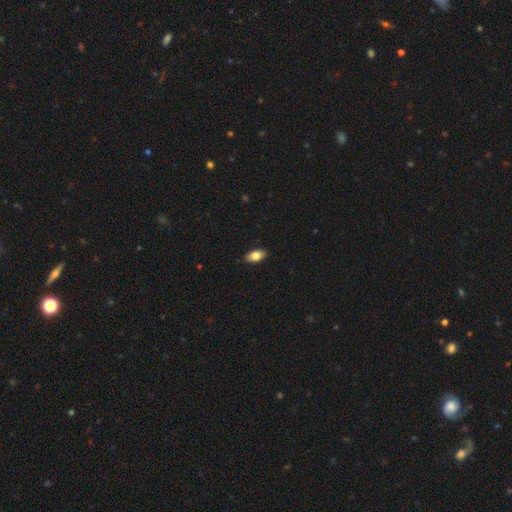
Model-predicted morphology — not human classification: A smooth galaxy with no disk features (82%) that is in between round and cigar-shaped (91%). Merging: none (88%).